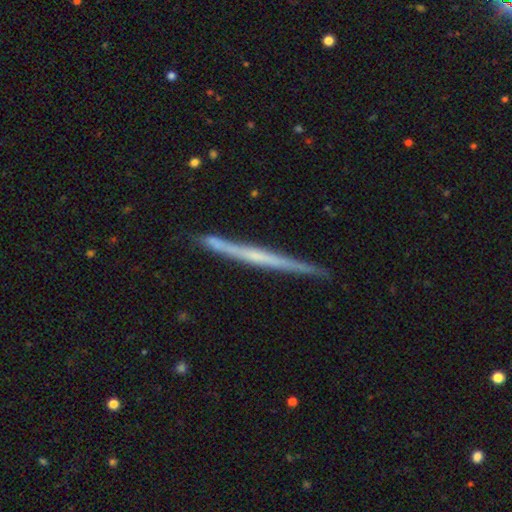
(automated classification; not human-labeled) smooth_or_featured: featured or disk (p=0.66) [alt: smooth p=0.28]
disk_edge_on: yes (p=0.98) [alt: no p=0.02]
edge_on_bulge: none (p=0.77) [alt: rounded p=0.16]
merging: none (p=0.87) [alt: minor disturbance p=0.10]